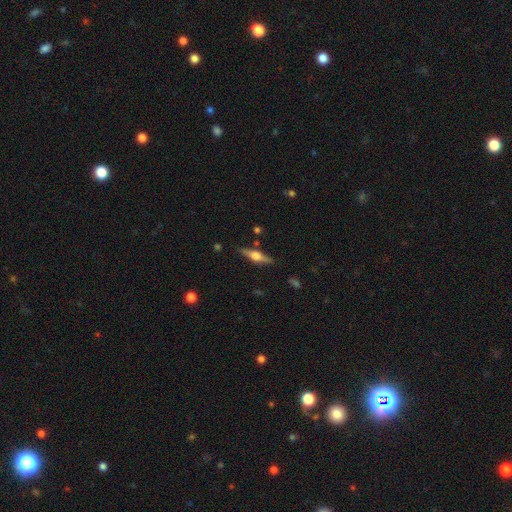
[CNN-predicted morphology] Smooth or featured? featured or disk (67%)
Edge-on disk? yes (96%)
Edge-on bulge? rounded (90%)
Merging? none (85%)